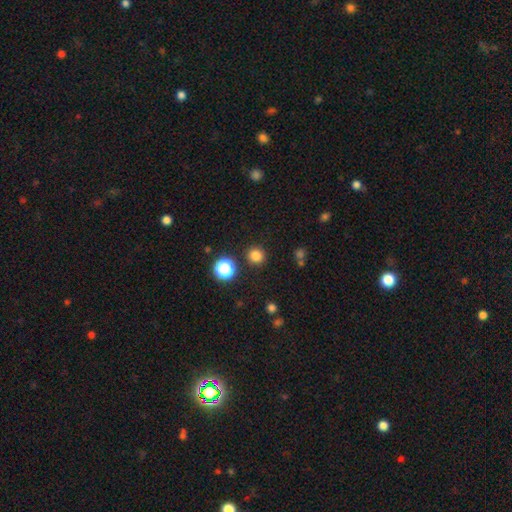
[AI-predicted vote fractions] Smooth or featured: smooth — 81% (star or artifact — 15%)
How rounded: round — 93% (in between — 6%)
Merging: none — 89% (minor disturbance — 6%)